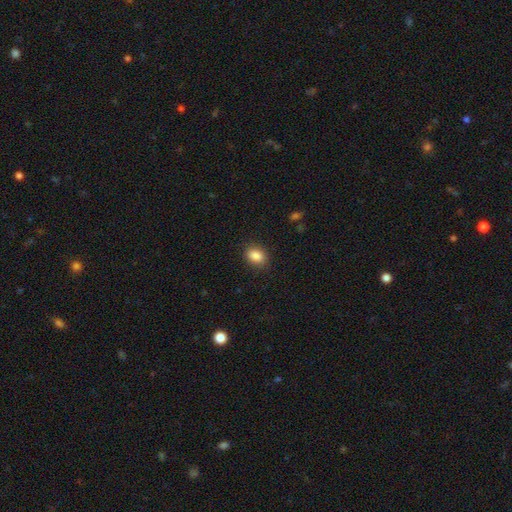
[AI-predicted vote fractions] A smooth galaxy with no disk features (88%) that is in between round and cigar-shaped (74%).

Vote fractions:
- Smooth or featured? smooth: 88% / star or artifact: 9% / featured or disk: 4%
- How rounded? in between: 74% / round: 25% / cigar-shaped: 1%
- Merging? none: 86% / minor disturbance: 10% / major disturbance: 3% / merger: 1%